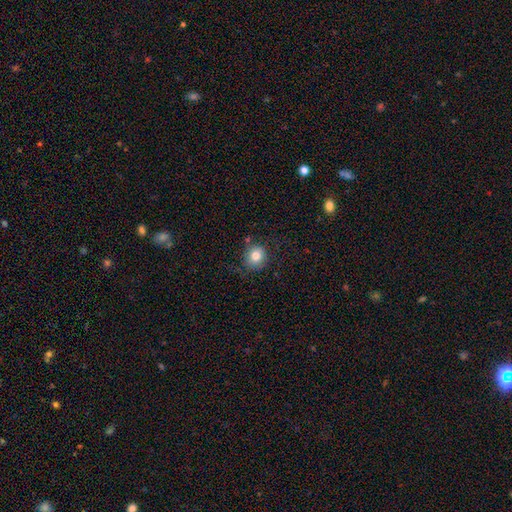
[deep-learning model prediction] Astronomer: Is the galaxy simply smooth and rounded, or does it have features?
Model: smooth — 81%.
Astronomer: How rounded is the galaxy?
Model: round — 87%.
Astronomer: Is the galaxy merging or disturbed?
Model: none — 78%.